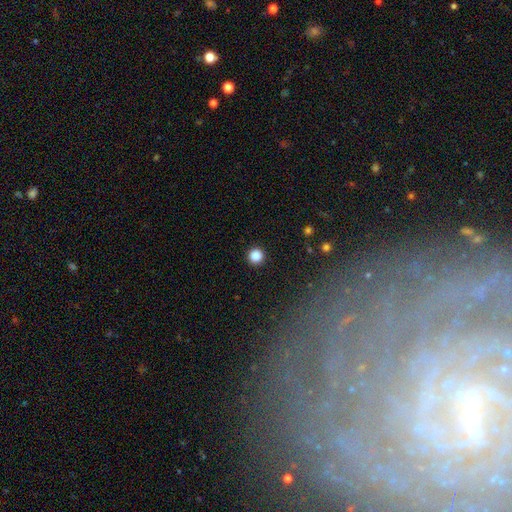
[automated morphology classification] smooth-or-featured: smooth: 86% | star or artifact: 11% | featured or disk: 3%
  how-rounded: round: 95% | in between: 4% | cigar-shaped: 1%
  merging: none: 92% | minor disturbance: 5% | major disturbance: 2% | merger: 1%